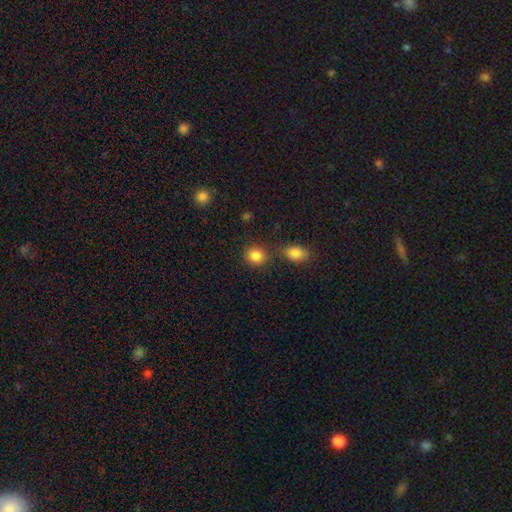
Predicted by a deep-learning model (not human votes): smooth_or_featured: smooth (p=0.86) [alt: star or artifact p=0.10]
how_rounded: round (p=0.75) [alt: in between p=0.24]
merging: none (p=0.69) [alt: merger p=0.16]